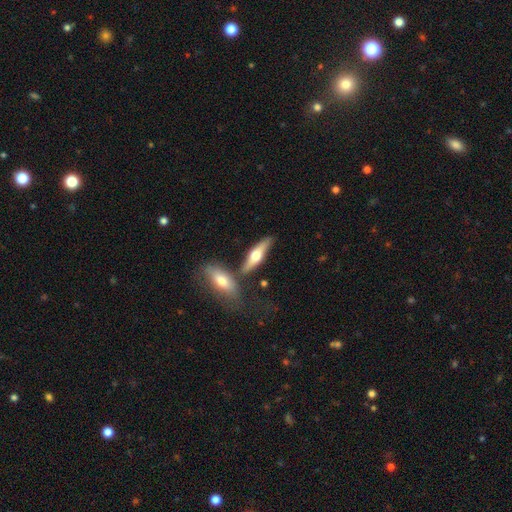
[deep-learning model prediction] A featured or disk galaxy (51%) viewed edge-on (89%). Merging: none (67%).